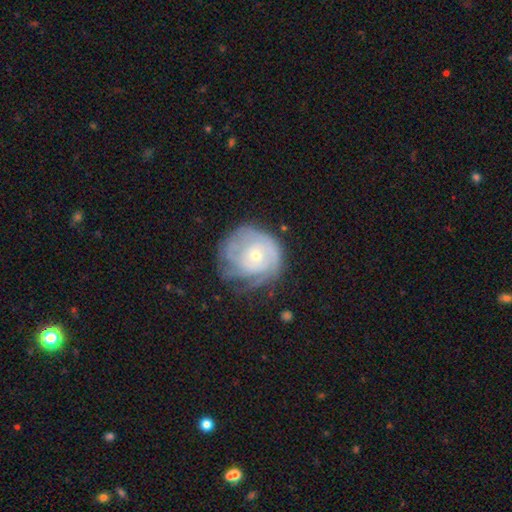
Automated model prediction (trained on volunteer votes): smooth_or_featured: featured or disk (p=0.74) [alt: smooth p=0.19]
disk_edge_on: no (p=0.97) [alt: yes p=0.03]
bar: no (p=0.81) [alt: weak p=0.16]
has_spiral_arms: yes (p=0.86) [alt: no p=0.14]
spiral_winding: tight (p=0.71) [alt: medium p=0.22]
spiral_arm_count: can't tell (p=0.50) [alt: 3 p=0.15]
bulge_size: small (p=0.58) [alt: moderate p=0.38]
merging: none (p=0.58) [alt: minor disturbance p=0.25]